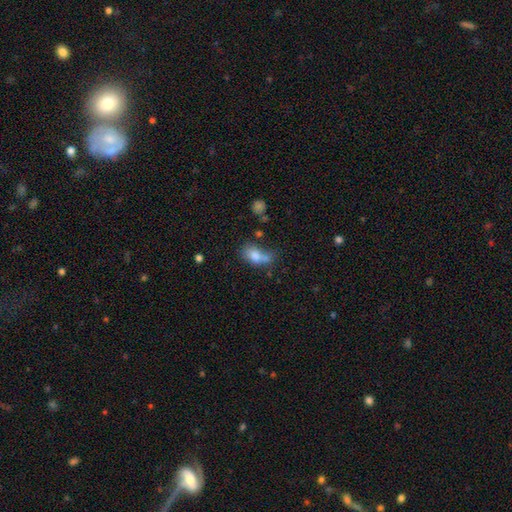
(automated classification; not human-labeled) Smooth or featured: smooth — 76% (featured or disk — 13%)
How rounded: in between — 74% (round — 23%)
Merging: merger — 39% (none — 31%)